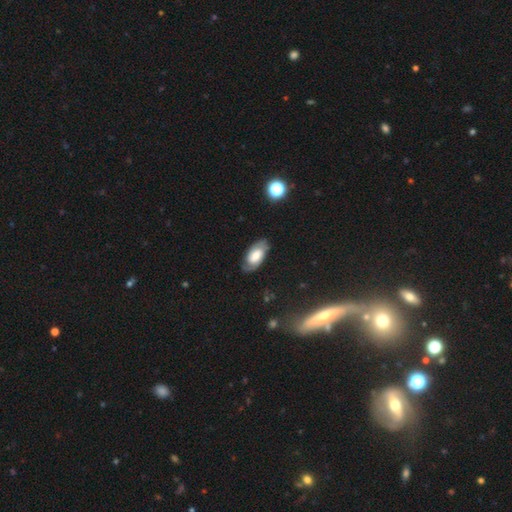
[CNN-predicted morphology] smooth_or_featured: featured or disk (p=0.53) [alt: smooth p=0.40]
disk_edge_on: no (p=0.92) [alt: yes p=0.08]
merging: none (p=0.76) [alt: minor disturbance p=0.17]